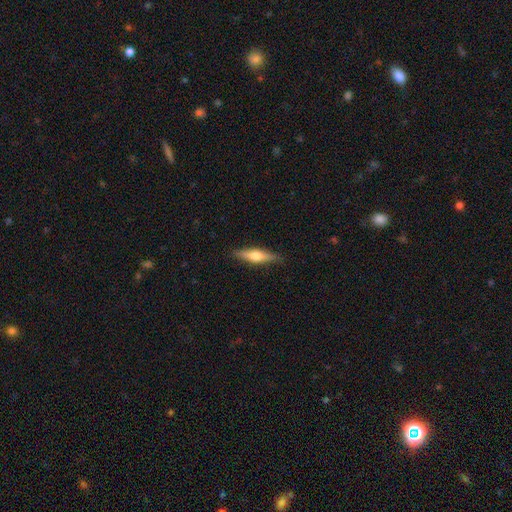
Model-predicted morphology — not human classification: This is possibly a featured or disk galaxy (47%, tied with smooth). Merging: clearly none (88%).